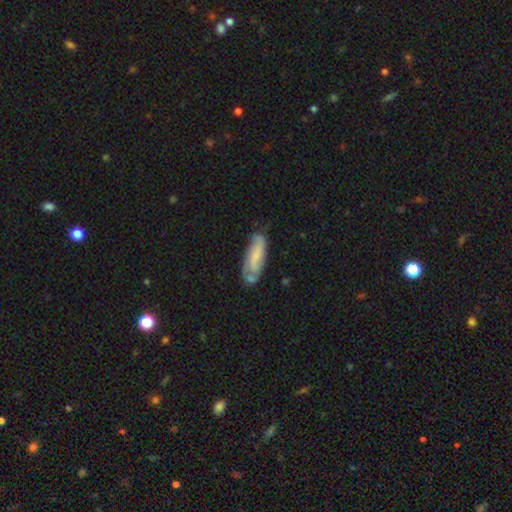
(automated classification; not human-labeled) Overall: smooth (49%; featured or disk 44%). Merging: none (57%; minor disturbance 27%).